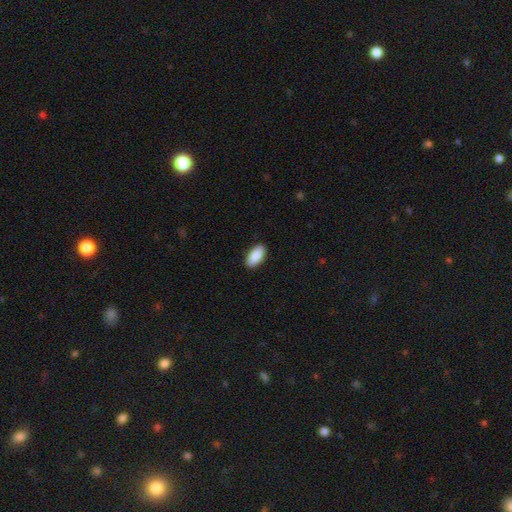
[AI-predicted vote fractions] Smooth or featured? smooth (89%)
How rounded? in between (93%)
Merging? none (90%)